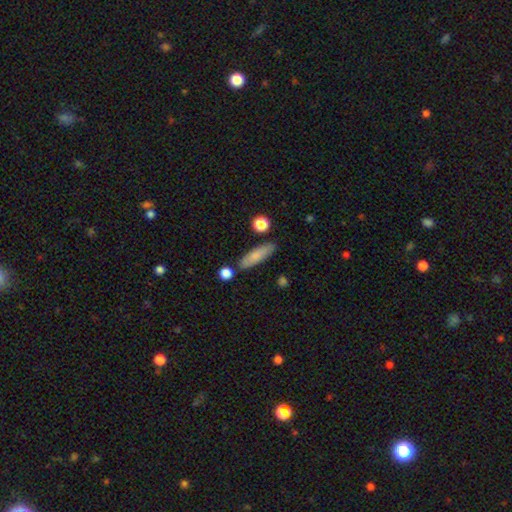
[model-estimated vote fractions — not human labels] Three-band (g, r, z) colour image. It shows a smooth galaxy with no disk features (80%) that is cigar-shaped (64%). Merging: none (82%).